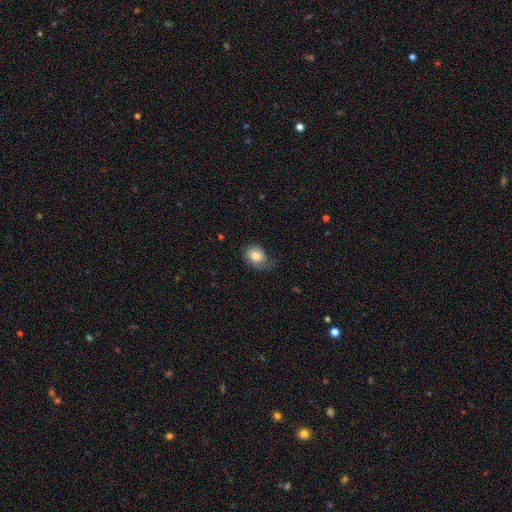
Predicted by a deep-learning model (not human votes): smooth-or-featured: smooth: 79% | featured or disk: 13% | star or artifact: 8%
  how-rounded: in between: 59% | round: 40% | cigar-shaped: 1%
  merging: none: 49% | minor disturbance: 33% | major disturbance: 17% | merger: 2%